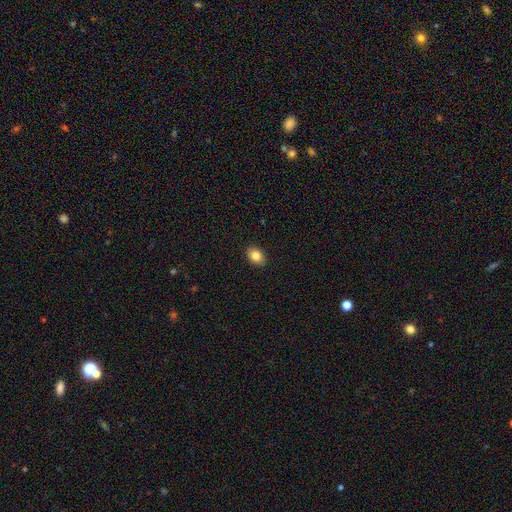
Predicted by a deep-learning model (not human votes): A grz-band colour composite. It shows a smooth galaxy with no disk features (83%) that is in between round and cigar-shaped (73%). Merging: none (90%).